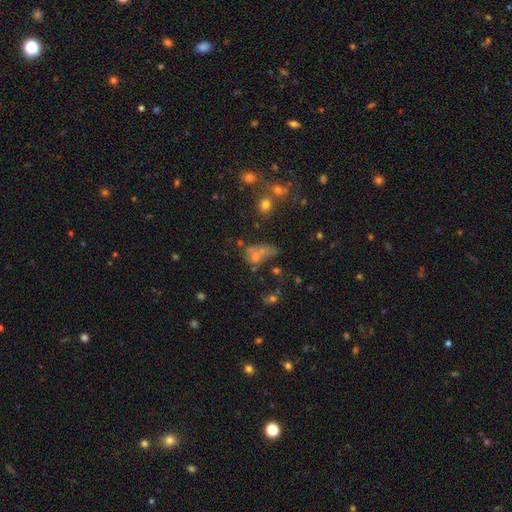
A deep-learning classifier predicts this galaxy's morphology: This is possibly a smooth galaxy (59%). How rounded: likely in between (63%). Merging: marginally merger (32%).